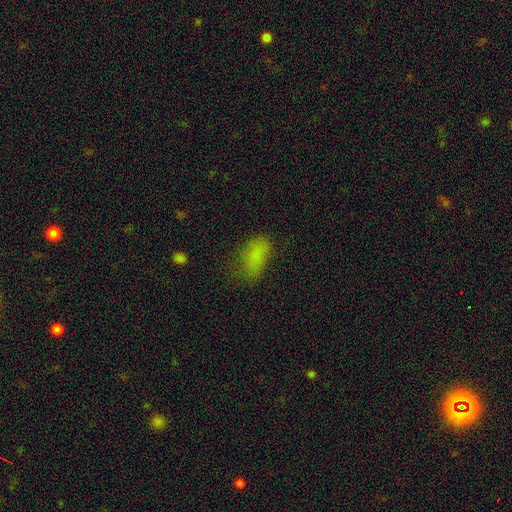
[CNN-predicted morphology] smooth-or-featured: smooth: 78% | star or artifact: 13% | featured or disk: 9%
  how-rounded: in between: 87% | cigar-shaped: 8% | round: 4%
  merging: none: 57% | minor disturbance: 26% | major disturbance: 14% | merger: 2%